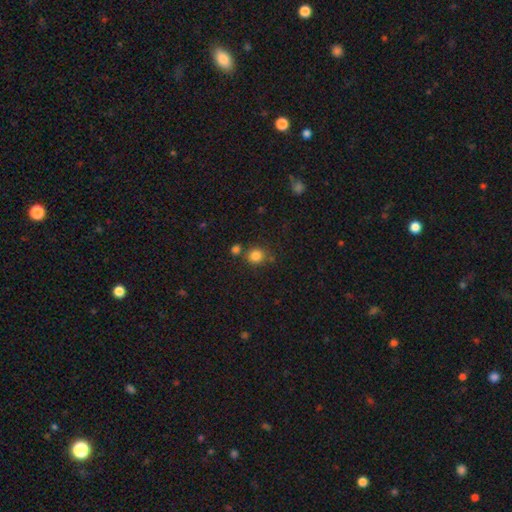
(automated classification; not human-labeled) smooth_or_featured: smooth (p=0.84) [alt: star or artifact p=0.12]
how_rounded: round (p=0.85) [alt: in between p=0.14]
merging: none (p=0.72) [alt: merger p=0.15]